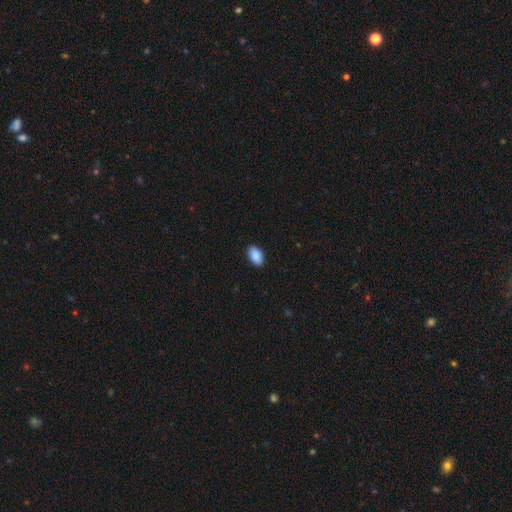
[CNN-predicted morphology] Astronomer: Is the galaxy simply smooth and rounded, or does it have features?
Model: smooth — 90%.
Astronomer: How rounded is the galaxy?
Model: in between — 94%.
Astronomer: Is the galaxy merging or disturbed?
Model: none — 89%.